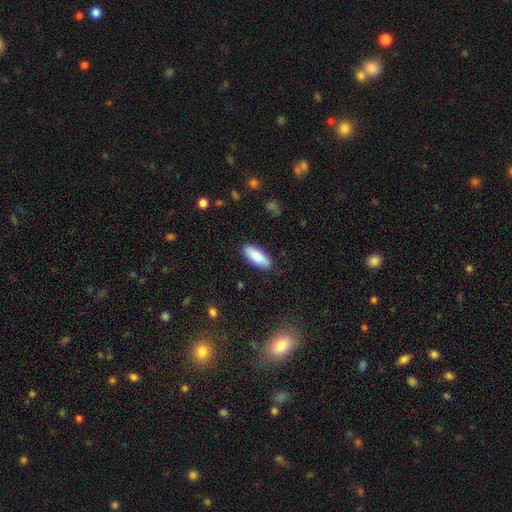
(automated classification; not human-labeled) Overall: smooth (84%). How rounded: in between (77%). Merging: none (88%).